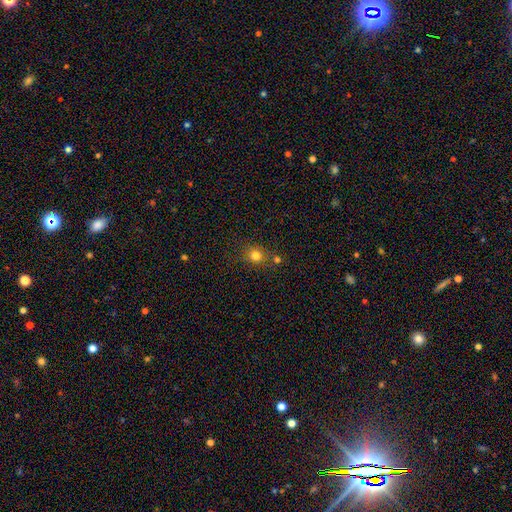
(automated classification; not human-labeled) Smooth or featured? Predicted: smooth (p=0.78). How rounded? Predicted: round (p=0.80). Merging? Predicted: none (p=0.71).